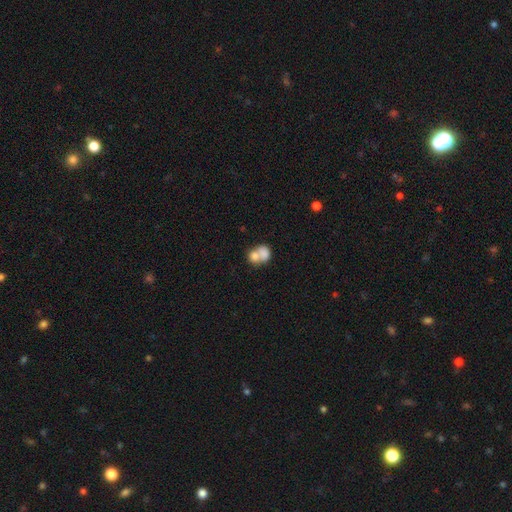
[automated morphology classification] smooth-or-featured: smooth: 74% | featured or disk: 17% | star or artifact: 8%
  how-rounded: round: 56% | in between: 43% | cigar-shaped: 1%
  merging: merger: 69% | none: 21% | minor disturbance: 6% | major disturbance: 4%